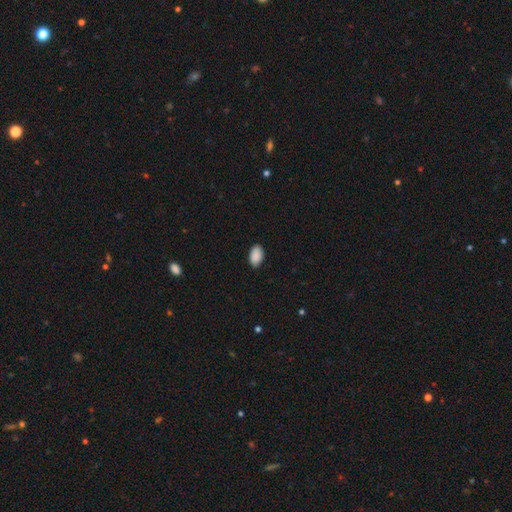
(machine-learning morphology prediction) Smooth or featured? Predicted: smooth (p=0.90). How rounded? Predicted: in between (p=0.92). Merging? Predicted: none (p=0.86).